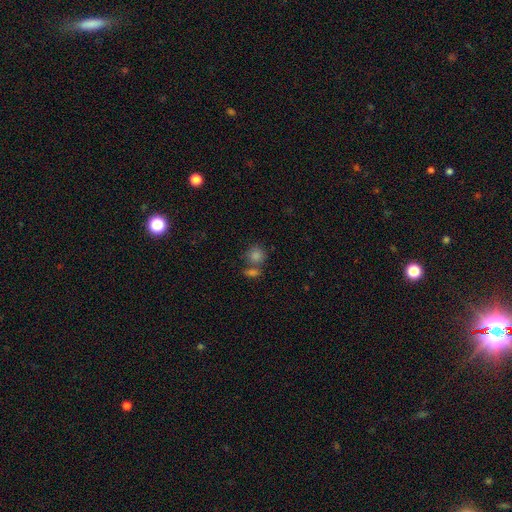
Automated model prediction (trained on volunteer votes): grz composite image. It shows a smooth galaxy with no disk features (76%) that is round (82%). Merging: none (56%).